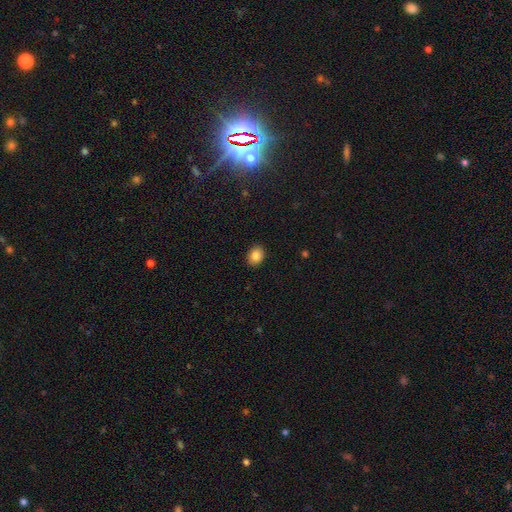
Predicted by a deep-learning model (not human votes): Smooth or featured? smooth (87%)
How rounded? in between (60%)
Merging? none (89%)